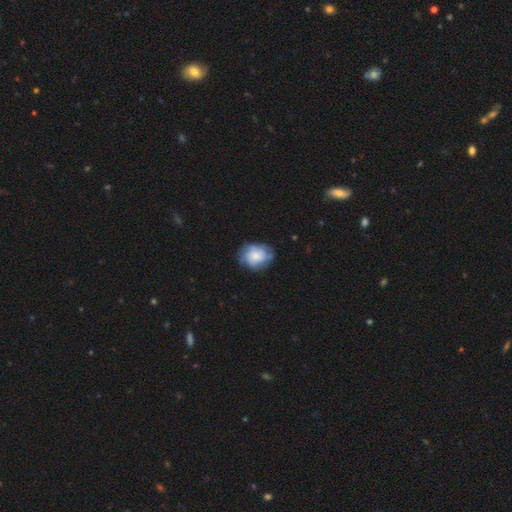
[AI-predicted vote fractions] smooth-or-featured: smooth: 48% | featured or disk: 44% | star or artifact: 8%
  merging: none: 66% | minor disturbance: 23% | major disturbance: 9% | merger: 1%